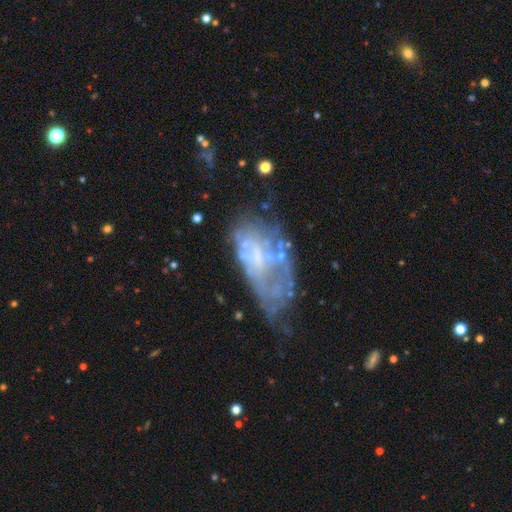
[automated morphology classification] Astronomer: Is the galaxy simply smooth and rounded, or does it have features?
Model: featured or disk — 63%.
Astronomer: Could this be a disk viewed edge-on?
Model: no — 95%.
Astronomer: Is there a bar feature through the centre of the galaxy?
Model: no — 80%.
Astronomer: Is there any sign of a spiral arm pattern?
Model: no — 77%.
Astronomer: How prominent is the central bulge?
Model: none — 64%.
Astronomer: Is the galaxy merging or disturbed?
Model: major disturbance — 33% (runner-up: none, 31%).